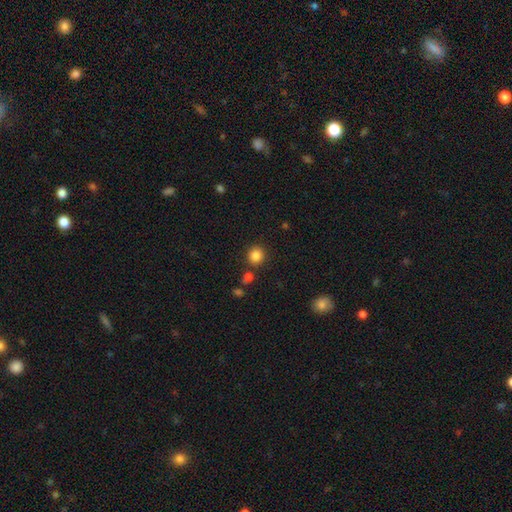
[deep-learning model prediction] Overall: smooth (85%). How rounded: round (87%). Merging: none (85%).